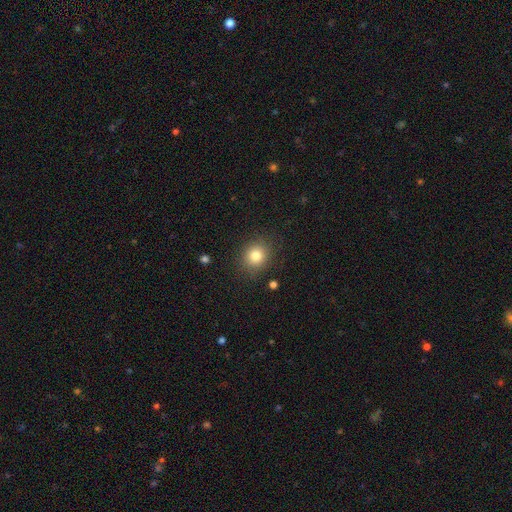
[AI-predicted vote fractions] Smooth or featured: smooth — 81% (star or artifact — 11%)
How rounded: round — 76% (in between — 23%)
Merging: none — 86% (minor disturbance — 9%)